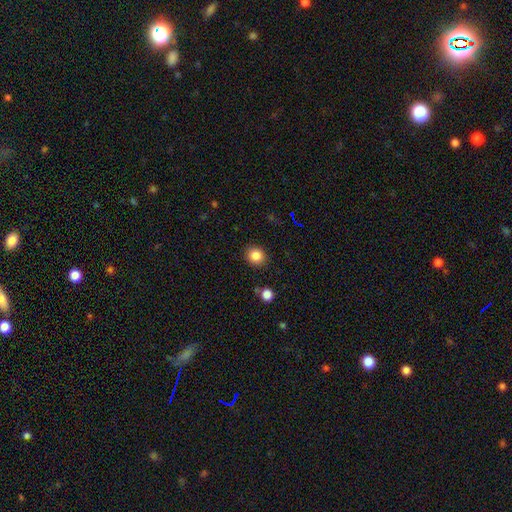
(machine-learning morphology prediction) This appears to be a smooth galaxy with no disk features (85%) that is round (79%). Merging: none (88%).